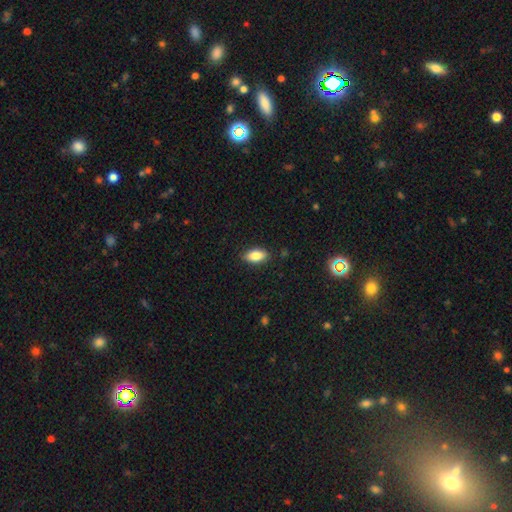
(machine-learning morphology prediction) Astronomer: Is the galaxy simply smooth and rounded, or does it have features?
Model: smooth — 85%.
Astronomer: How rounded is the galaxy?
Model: in between — 91%.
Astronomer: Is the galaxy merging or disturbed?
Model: none — 86%.